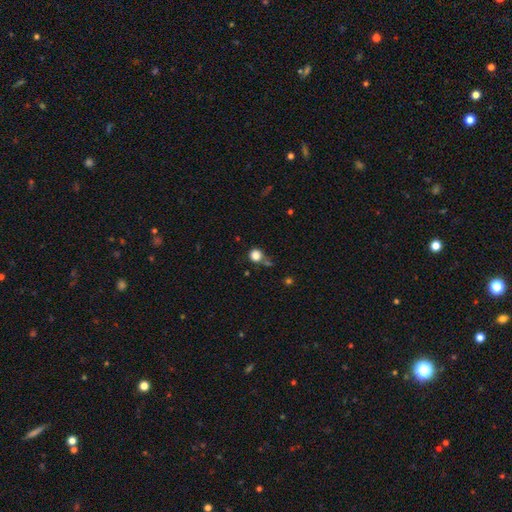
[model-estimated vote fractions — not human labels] Overall: smooth (82%). How rounded: round (88%). Merging: none (61%).